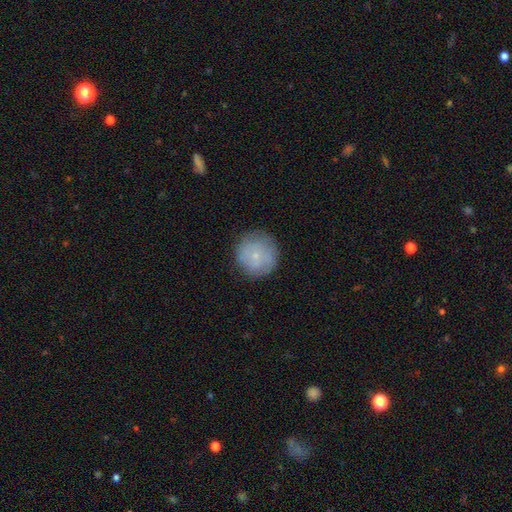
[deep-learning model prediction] smooth-or-featured: smooth: 71% | featured or disk: 20% | star or artifact: 8%
  how-rounded: round: 95% | in between: 4% | cigar-shaped: 1%
  merging: none: 82% | minor disturbance: 13% | major disturbance: 4% | merger: 1%